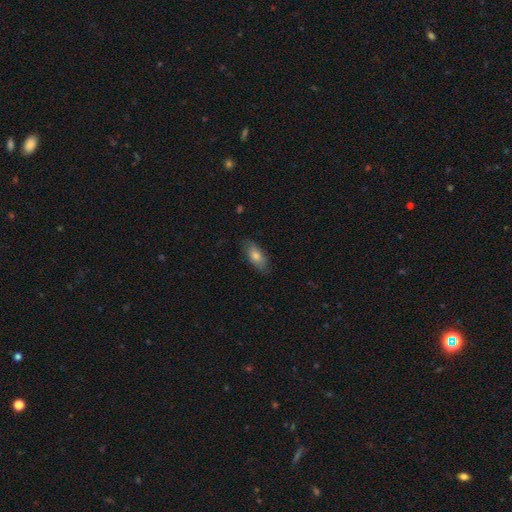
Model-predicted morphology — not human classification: type=smooth (73%); roundness=in between (79%); merging=none (83%).